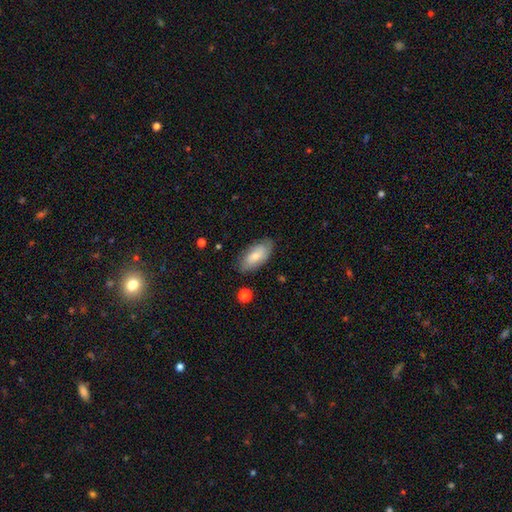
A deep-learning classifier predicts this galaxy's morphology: The model was most divided on "smooth or featured": smooth: 67%, featured or disk: 27%, star or artifact: 6%. More confident: how rounded — in between (90%); merging — none (77%).